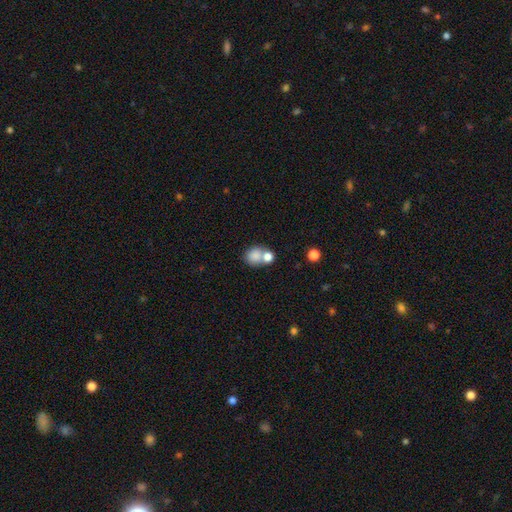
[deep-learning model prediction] smooth_or_featured: smooth (p=0.81) [alt: featured or disk p=0.10]
how_rounded: round (p=0.72) [alt: in between p=0.27]
merging: merger (p=0.48) [alt: none p=0.39]